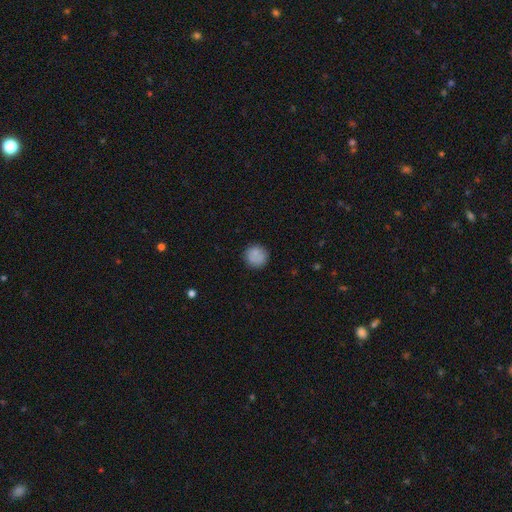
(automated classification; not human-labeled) A smooth galaxy with no disk features (83%) that is round (93%). Merging: none (85%).